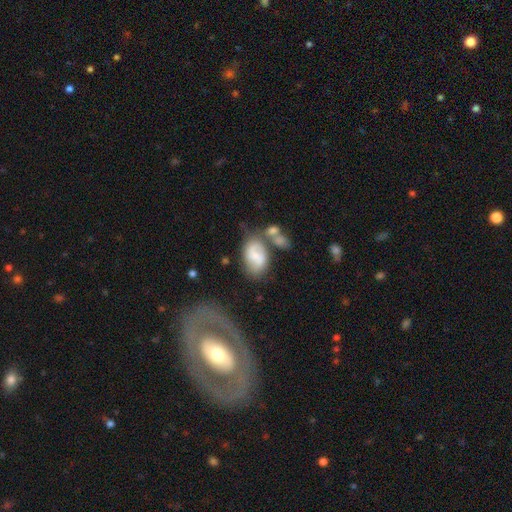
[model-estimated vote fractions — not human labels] This is possibly a featured or disk galaxy (49%). Merging: possibly none (47%).